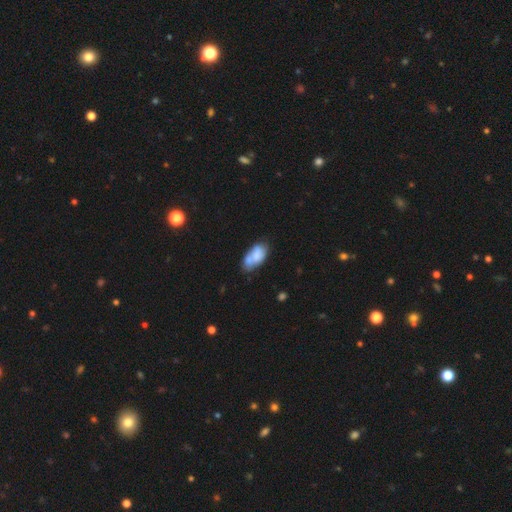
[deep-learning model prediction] This appears to be a smooth galaxy with no disk features (65%) that is in between round and cigar-shaped (91%). Merging: none (41%).